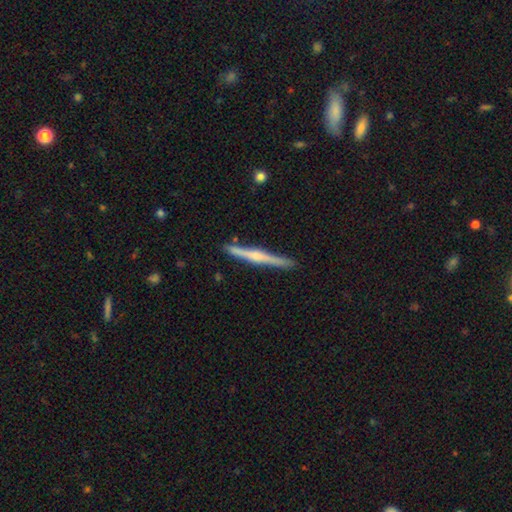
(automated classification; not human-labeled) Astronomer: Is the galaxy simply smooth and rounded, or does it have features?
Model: featured or disk — 71%.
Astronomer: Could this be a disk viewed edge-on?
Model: yes — 98%.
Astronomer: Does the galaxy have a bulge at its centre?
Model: rounded — 79%.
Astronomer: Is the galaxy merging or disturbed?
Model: none — 89%.